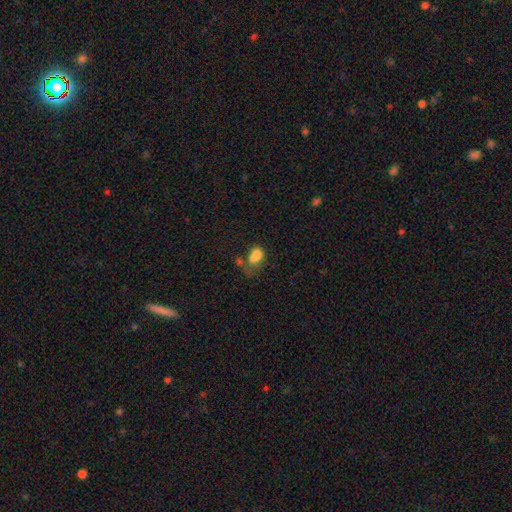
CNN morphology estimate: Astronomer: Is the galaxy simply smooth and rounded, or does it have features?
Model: smooth — 75%.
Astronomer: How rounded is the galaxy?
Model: in between — 79%.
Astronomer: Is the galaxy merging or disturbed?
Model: merger — 33% (runner-up: major disturbance, 27%).